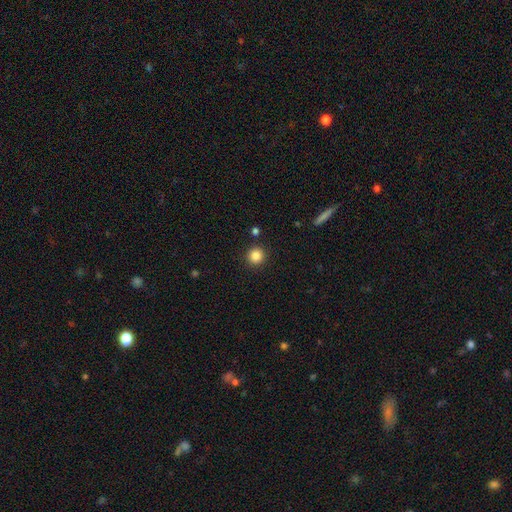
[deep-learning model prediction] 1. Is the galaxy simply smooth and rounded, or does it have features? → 85% smooth, 11% star or artifact, 5% featured or disk.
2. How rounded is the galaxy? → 94% round, 5% in between, 1% cigar-shaped.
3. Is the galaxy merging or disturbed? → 90% none, 6% minor disturbance, 2% merger, 2% major disturbance.